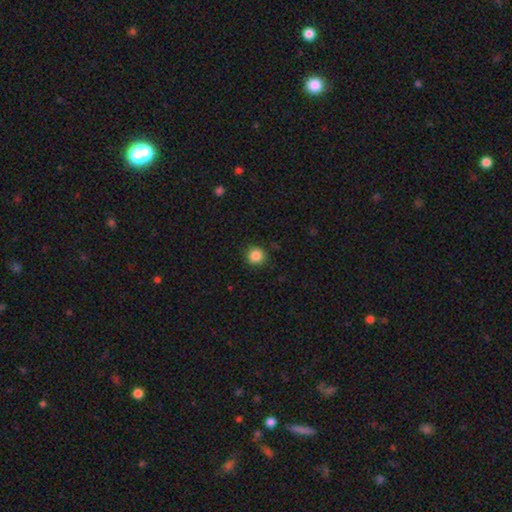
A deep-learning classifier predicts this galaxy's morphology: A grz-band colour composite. It shows a smooth galaxy with no disk features (86%) that is round (94%). Merging: none (90%).